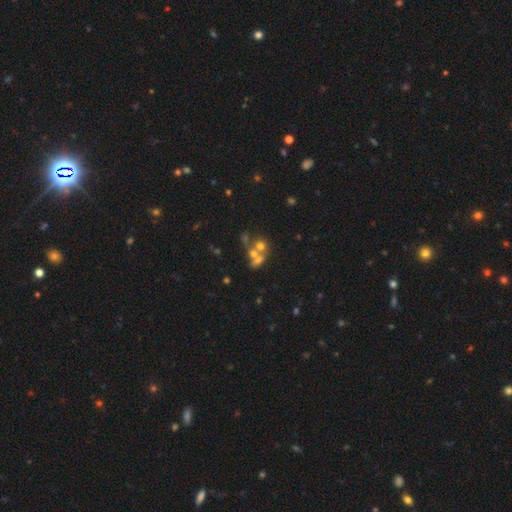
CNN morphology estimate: A smooth galaxy with no disk features (49%).

Vote fractions:
- Smooth or featured? smooth: 49% / featured or disk: 30% / star or artifact: 21%
- Merging? merger: 58% / none: 28% / minor disturbance: 8% / major disturbance: 7%